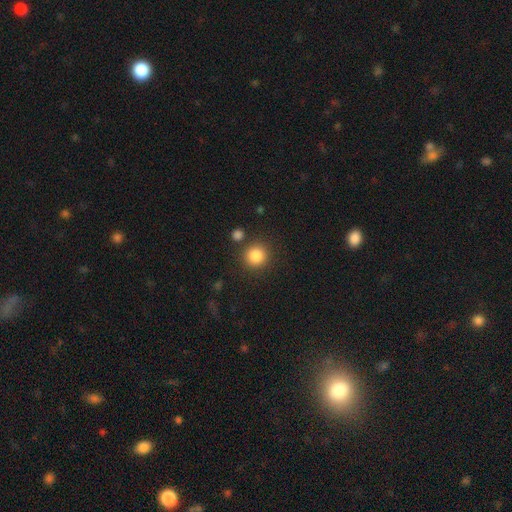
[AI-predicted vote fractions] Overall: smooth (85%). How rounded: round (92%). Merging: none (84%).